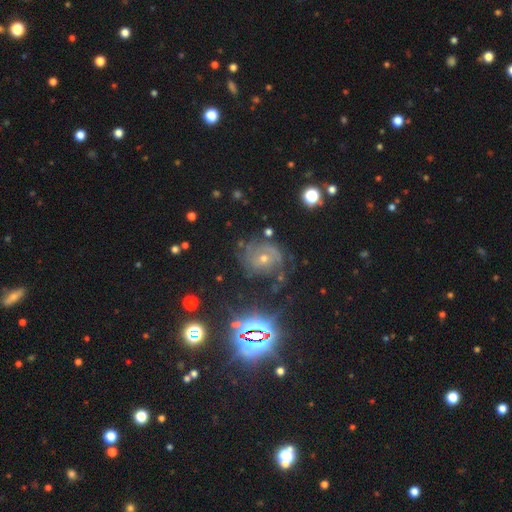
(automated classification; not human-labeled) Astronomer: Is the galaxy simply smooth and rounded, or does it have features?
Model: featured or disk — 62%.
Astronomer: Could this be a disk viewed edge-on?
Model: no — 96%.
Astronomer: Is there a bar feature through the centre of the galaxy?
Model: no — 67%.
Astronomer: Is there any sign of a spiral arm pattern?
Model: yes — 90%.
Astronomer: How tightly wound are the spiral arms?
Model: tight — 58%.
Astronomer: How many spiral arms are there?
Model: can't tell — 37% (runner-up: 2, 27%).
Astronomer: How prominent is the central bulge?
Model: small — 49% (runner-up: moderate, 47%).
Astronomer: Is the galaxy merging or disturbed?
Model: none — 65%.